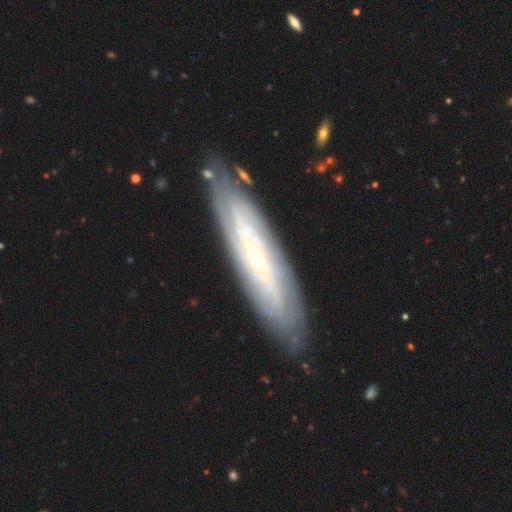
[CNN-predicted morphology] This is likely a featured or disk galaxy (78%). It is likely not viewed edge-on (73%). Bar: likely no (70%). Spiral arm pattern: clearly yes (90%). Spiral arm count: likely can't tell (62%). Spiral winding: likely tight (79%). Central bulge: clearly small (85%). Merging: clearly none (84%).